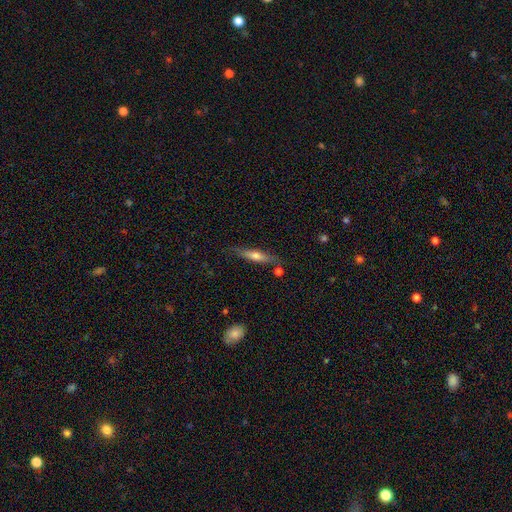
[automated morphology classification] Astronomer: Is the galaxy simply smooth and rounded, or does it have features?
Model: featured or disk — 47%, tied with smooth at 47%.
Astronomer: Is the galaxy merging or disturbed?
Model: none — 81%.